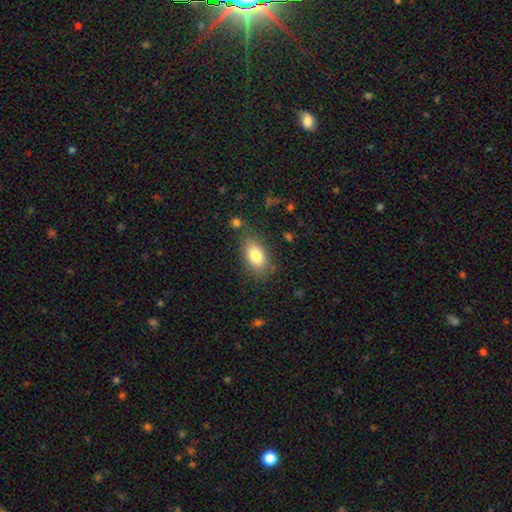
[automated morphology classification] smooth_or_featured: smooth (p=0.81) [alt: featured or disk p=0.11]
how_rounded: in between (p=0.89) [alt: round p=0.08]
merging: none (p=0.77) [alt: minor disturbance p=0.15]